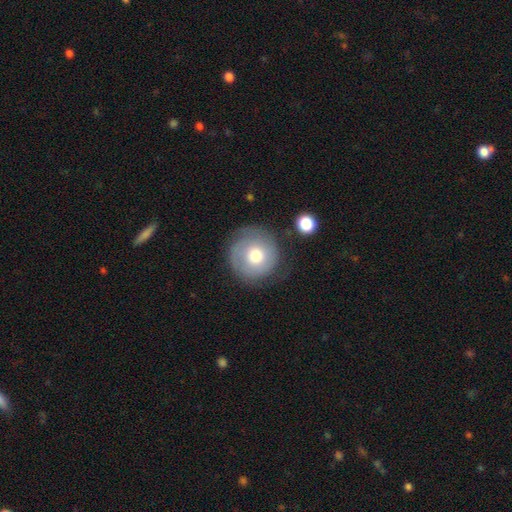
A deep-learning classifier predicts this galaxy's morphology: Overall: smooth (55%; featured or disk 37%). How rounded: round (94%). Merging: none (69%).